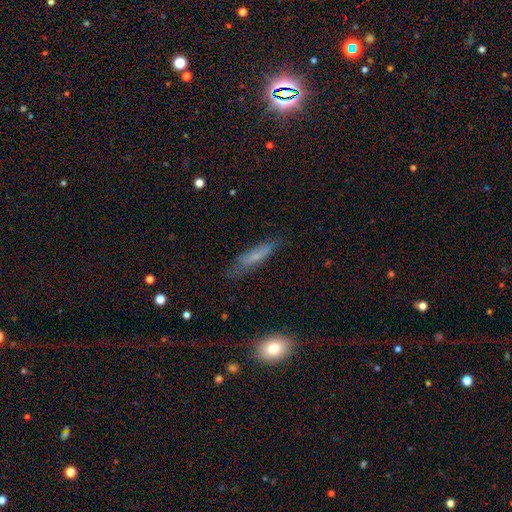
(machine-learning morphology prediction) smooth 62%, featured or disk 29%, star or artifact 10%. Down the decision tree: how rounded — cigar-shaped (74%); merging — none (70%).